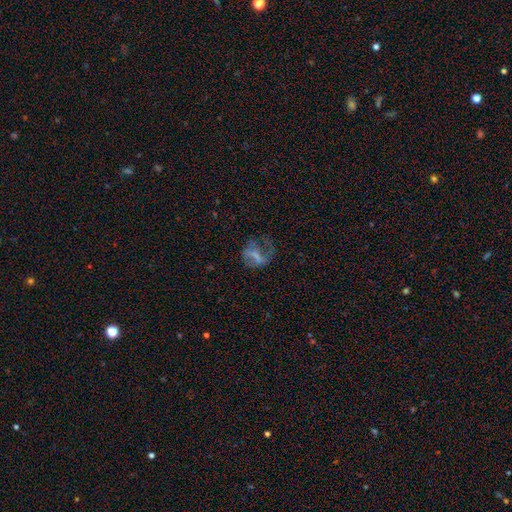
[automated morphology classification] featured or disk 47%, smooth 39%, star or artifact 14%. Down the decision tree: merging — major disturbance (42%).